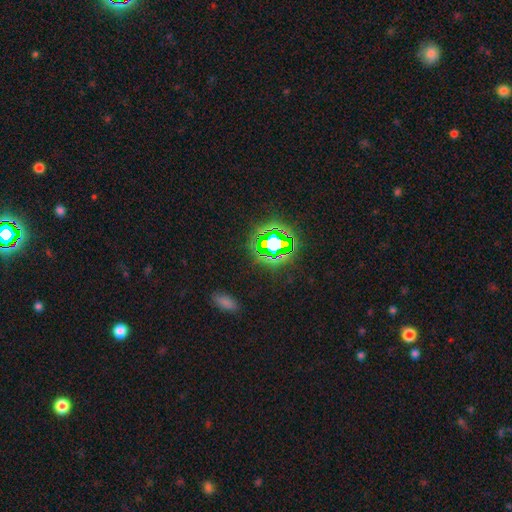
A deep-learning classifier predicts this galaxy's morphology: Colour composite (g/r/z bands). It shows a star or artifact, not a galaxy (78%).